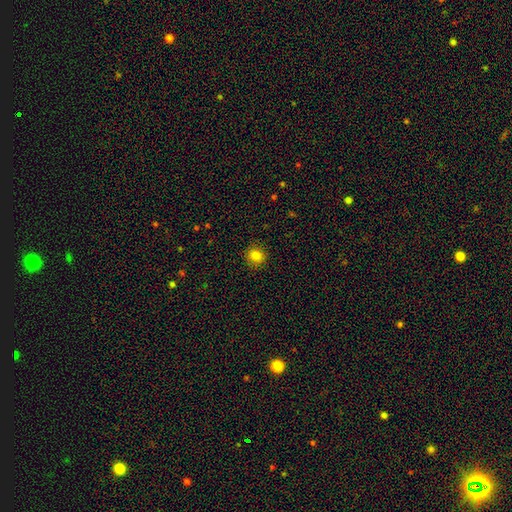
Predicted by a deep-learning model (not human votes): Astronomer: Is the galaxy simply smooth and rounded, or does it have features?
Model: smooth — 83%.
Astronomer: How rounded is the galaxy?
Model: round — 90%.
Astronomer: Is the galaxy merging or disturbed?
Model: none — 90%.